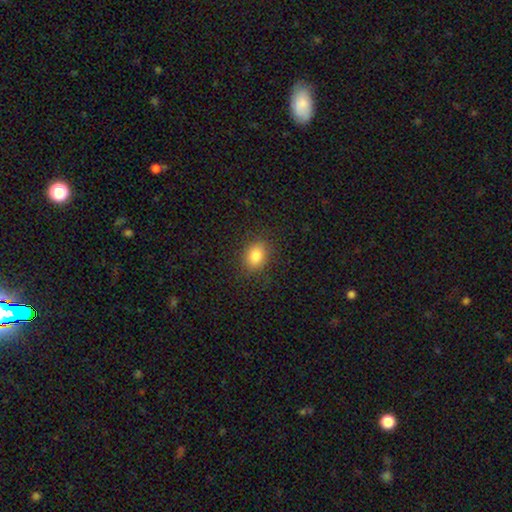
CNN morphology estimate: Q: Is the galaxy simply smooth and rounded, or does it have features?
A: smooth — 83%.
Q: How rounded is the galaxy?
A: in between — 61%.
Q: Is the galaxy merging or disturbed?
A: none — 85%.